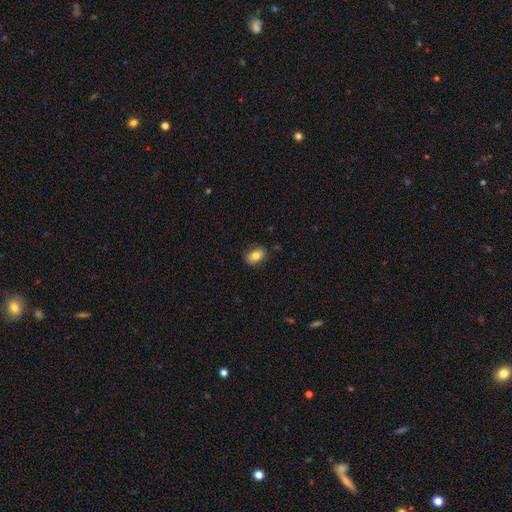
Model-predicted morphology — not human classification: Overall: smooth (81%). How rounded: in between (86%). Merging: none (84%).